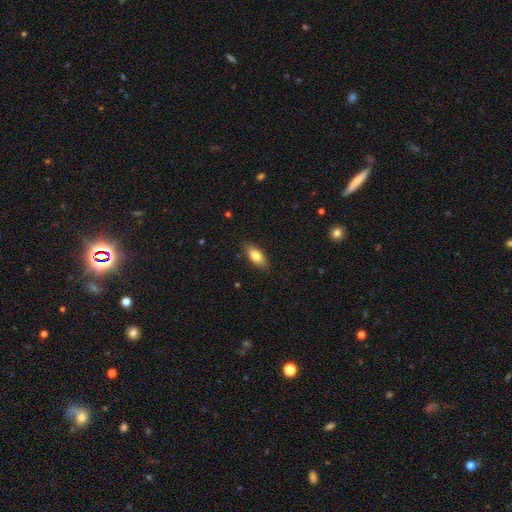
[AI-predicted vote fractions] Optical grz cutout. It shows a smooth galaxy with no disk features (79%) that is in between round and cigar-shaped (83%). Merging: none (84%).